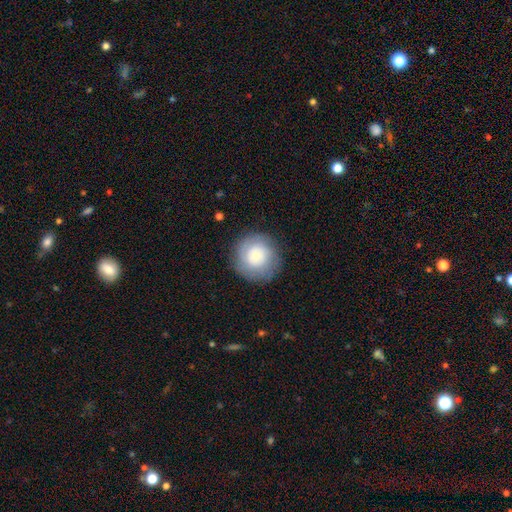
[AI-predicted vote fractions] Overall: smooth (59%; featured or disk 33%). How rounded: round (94%). Merging: none (84%).